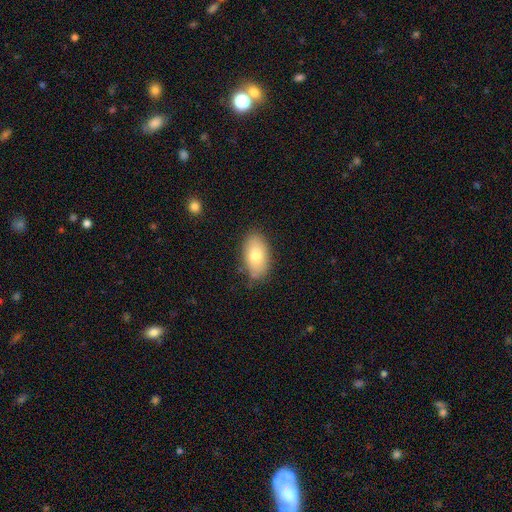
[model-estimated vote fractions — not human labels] A smooth galaxy with no disk features (77%) that is in between round and cigar-shaped (93%). Merging: none (80%).